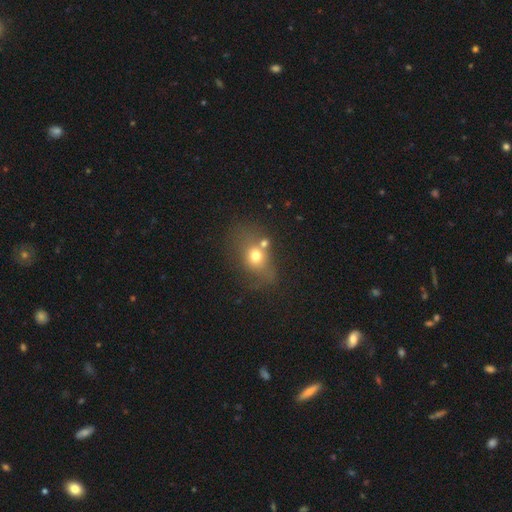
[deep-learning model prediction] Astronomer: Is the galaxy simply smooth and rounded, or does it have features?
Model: smooth — 65%.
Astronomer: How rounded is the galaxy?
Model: in between — 54% (runner-up: round, 45%).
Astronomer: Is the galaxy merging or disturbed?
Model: none — 46% (runner-up: merger, 25%).